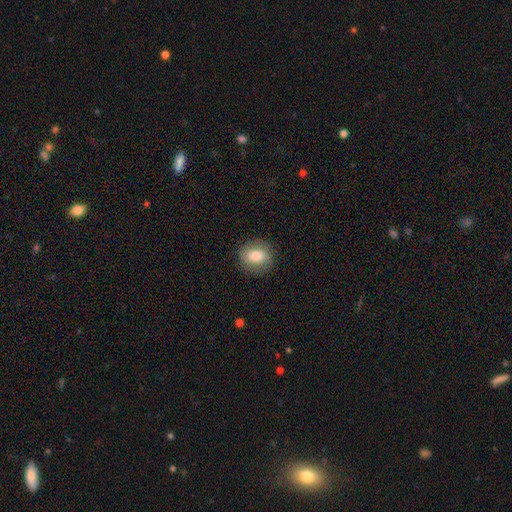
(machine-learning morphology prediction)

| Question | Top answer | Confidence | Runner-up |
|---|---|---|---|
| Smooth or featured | smooth | 75% | featured or disk (17%) |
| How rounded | round | 58% | in between (40%) |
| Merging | none | 83% | minor disturbance (12%) |